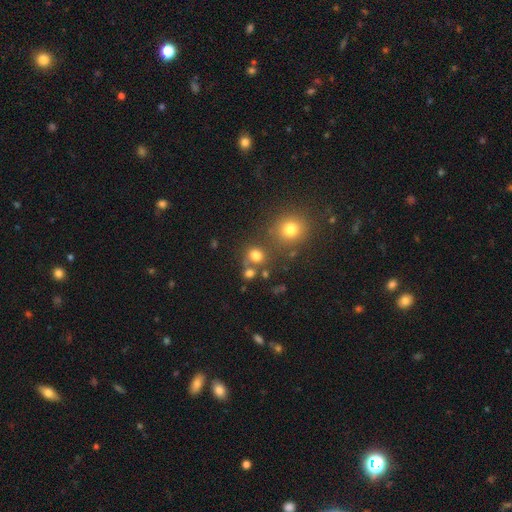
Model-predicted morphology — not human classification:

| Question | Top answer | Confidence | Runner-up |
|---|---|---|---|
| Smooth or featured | smooth | 75% | star or artifact (17%) |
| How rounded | round | 80% | in between (19%) |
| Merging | none | 60% | merger (22%) |